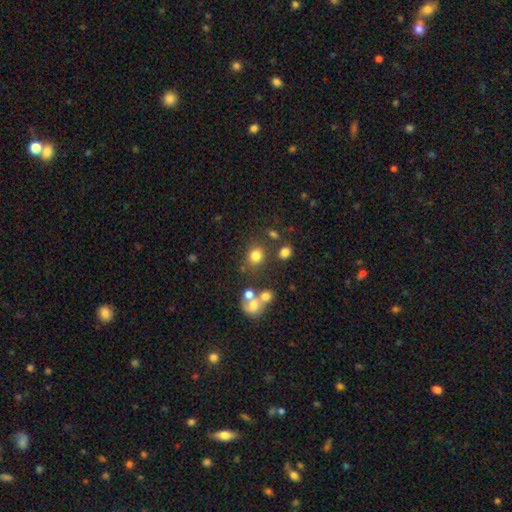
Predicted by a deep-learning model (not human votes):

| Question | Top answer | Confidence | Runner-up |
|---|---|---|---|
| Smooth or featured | smooth | 77% | star or artifact (14%) |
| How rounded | round | 74% | in between (25%) |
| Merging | none | 72% | merger (11%) |